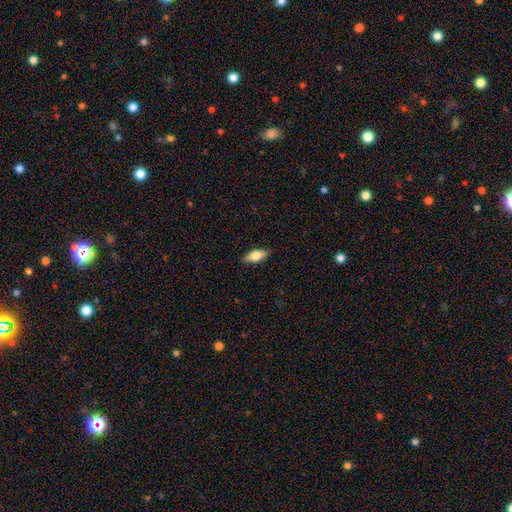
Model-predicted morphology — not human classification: Smooth or featured? Predicted: smooth (p=0.71). How rounded? Predicted: in between (p=0.80). Merging? Predicted: none (p=0.87).